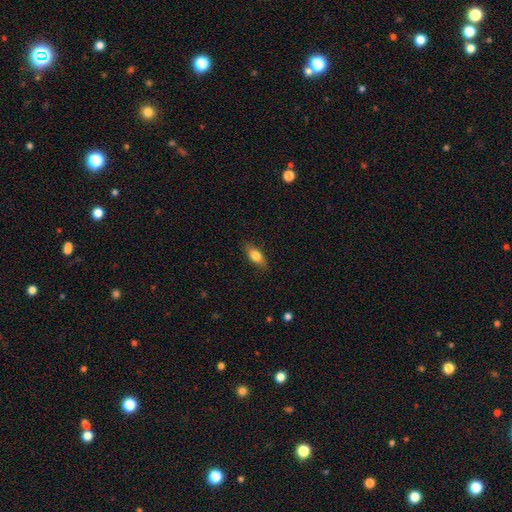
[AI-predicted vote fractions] This is likely a smooth galaxy (77%). How rounded: likely in between (80%). Merging: clearly none (85%).